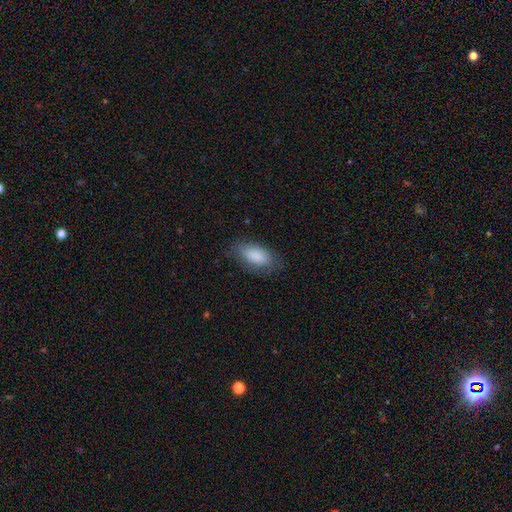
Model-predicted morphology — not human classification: This appears to be a smooth galaxy with no disk features (86%) that is in between round and cigar-shaped (91%). Merging: none (74%).